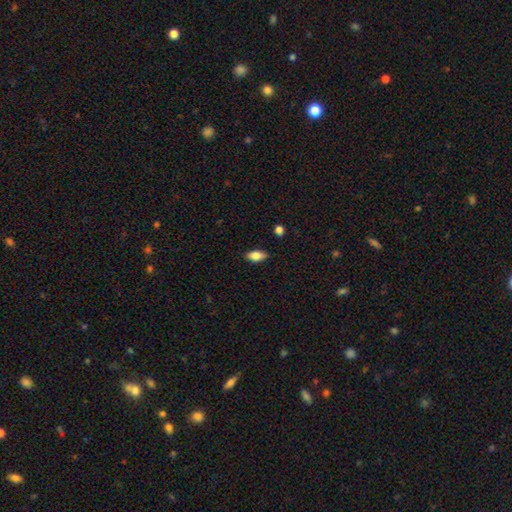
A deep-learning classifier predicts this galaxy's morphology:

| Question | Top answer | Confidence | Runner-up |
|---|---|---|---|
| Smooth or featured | smooth | 78% | featured or disk (14%) |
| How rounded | in between | 87% | cigar-shaped (9%) |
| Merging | none | 84% | minor disturbance (12%) |